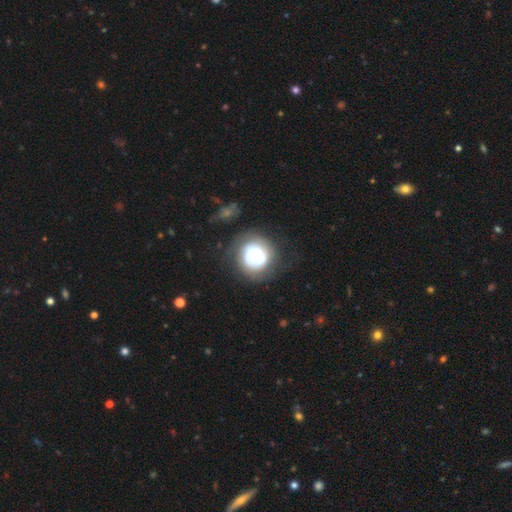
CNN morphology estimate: Smooth or featured: featured or disk — 66% (smooth — 27%)
Edge-on disk: no — 98% (yes — 2%)
Bar: no — 70% (weak — 23%)
Spiral arms: yes — 82% (no — 18%)
Spiral winding: tight — 62% (medium — 26%)
Spiral arm count: 2 — 52% (can't tell — 26%)
Bulge size: moderate — 53% (small — 29%)
Merging: none — 72% (minor disturbance — 15%)